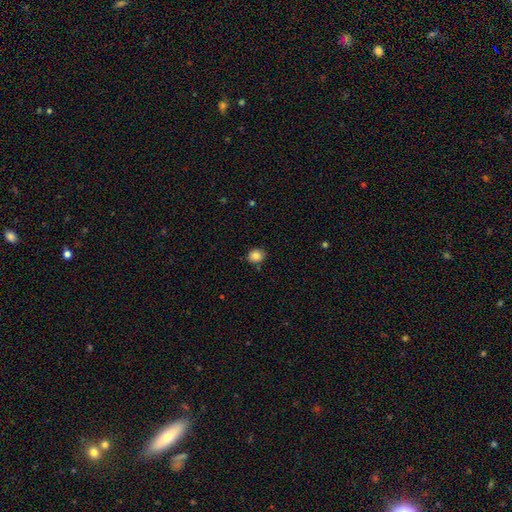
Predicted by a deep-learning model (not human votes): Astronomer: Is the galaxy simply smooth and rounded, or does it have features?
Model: smooth — 85%.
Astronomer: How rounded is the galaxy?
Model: round — 71%.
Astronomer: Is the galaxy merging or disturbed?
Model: none — 85%.